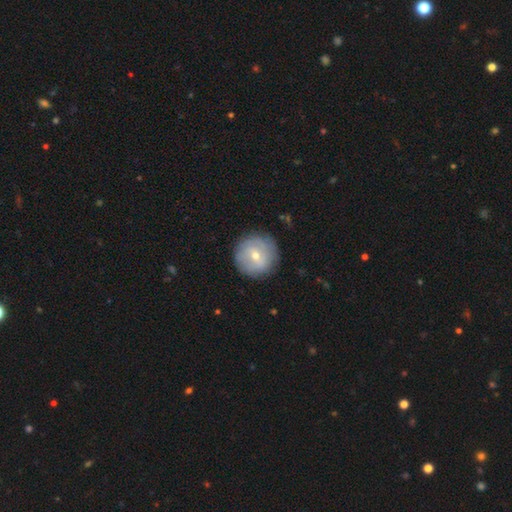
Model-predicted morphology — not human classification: Q: Smooth or featured?
A: featured or disk (47%); runner-up: smooth (44%)
Q: Merging?
A: none (86%); runner-up: minor disturbance (10%)